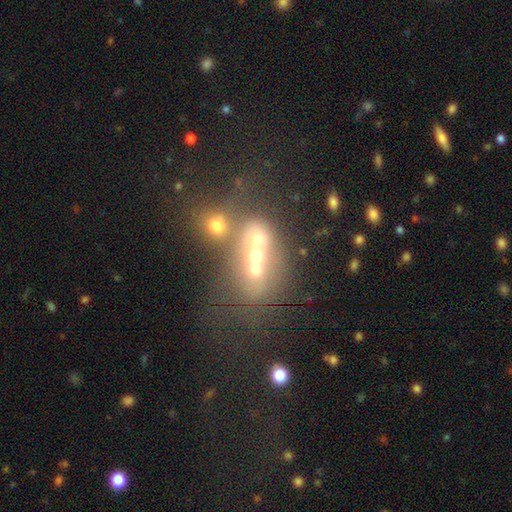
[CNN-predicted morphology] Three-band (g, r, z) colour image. It shows a smooth galaxy with no disk features (50%). Merging: merger (64%).